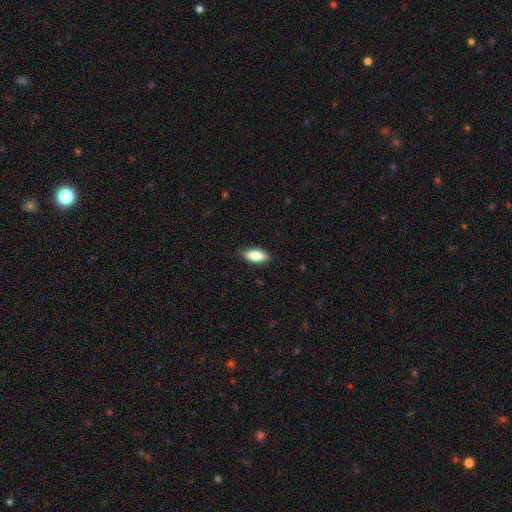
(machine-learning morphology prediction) type=smooth (83%); roundness=in between (78%); merging=none (82%).